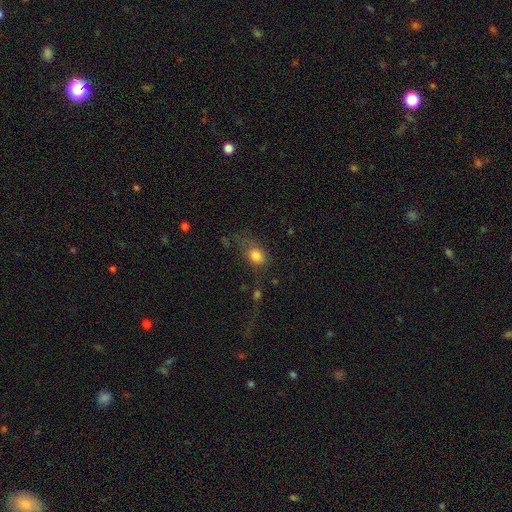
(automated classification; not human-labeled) Smooth or featured: smooth — 79% (star or artifact — 10%)
How rounded: in between — 60% (round — 37%)
Merging: none — 43% (major disturbance — 27%)